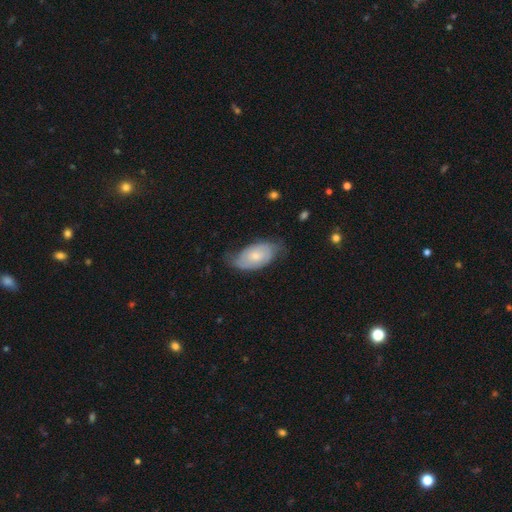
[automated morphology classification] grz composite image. It shows a featured or disk galaxy (50%). Merging: none (58%).